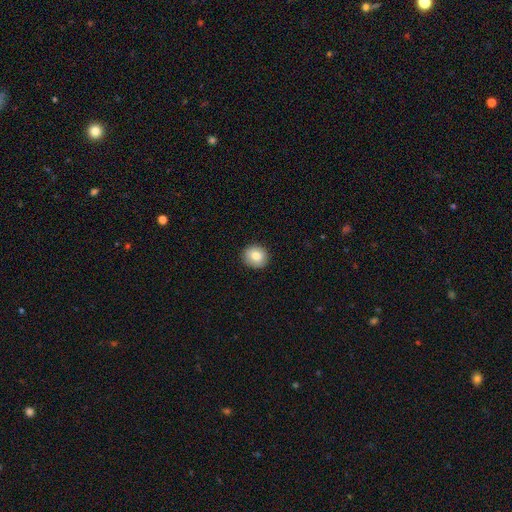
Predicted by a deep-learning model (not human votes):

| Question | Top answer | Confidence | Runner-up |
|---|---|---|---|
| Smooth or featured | smooth | 79% | featured or disk (12%) |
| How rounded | round | 87% | in between (12%) |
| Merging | none | 90% | minor disturbance (7%) |